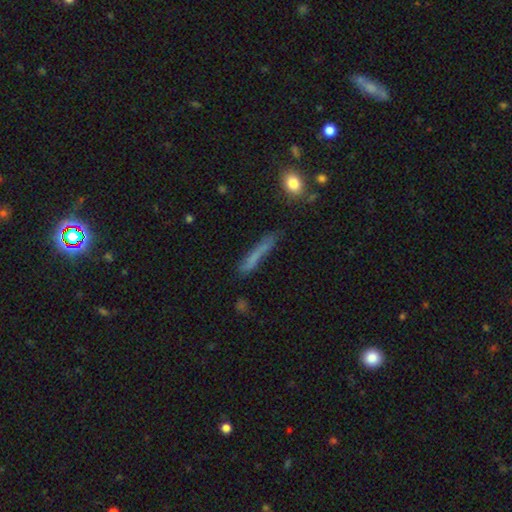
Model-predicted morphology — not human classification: Smooth or featured: smooth — 65% (featured or disk — 26%)
How rounded: cigar-shaped — 93% (in between — 5%)
Merging: none — 66% (minor disturbance — 22%)